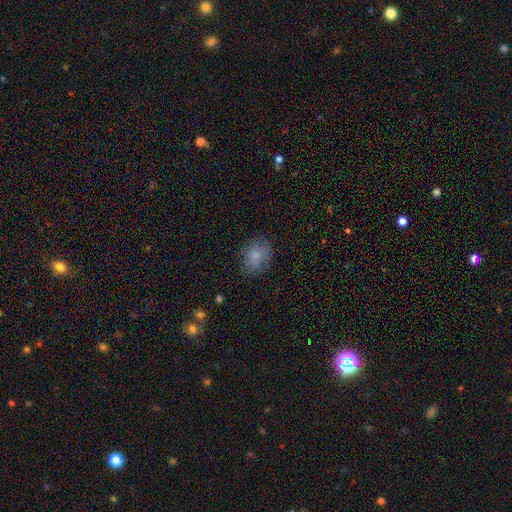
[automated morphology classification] smooth-or-featured: smooth: 82% | featured or disk: 10% | star or artifact: 8%
  how-rounded: in between: 61% | round: 37% | cigar-shaped: 1%
  merging: none: 77% | minor disturbance: 17% | major disturbance: 5% | merger: 1%